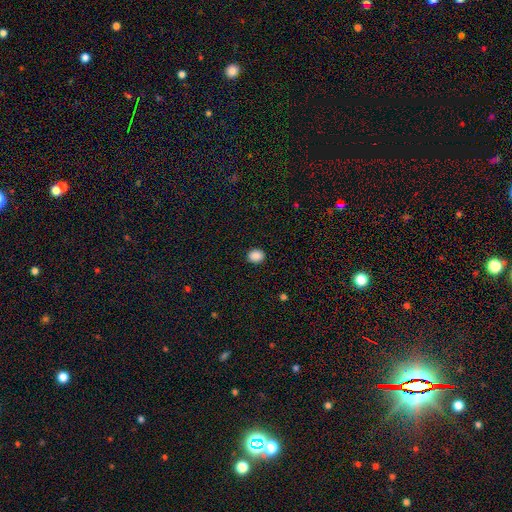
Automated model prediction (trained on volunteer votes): smooth_or_featured: smooth (p=0.88) [alt: star or artifact p=0.09]
how_rounded: round (p=0.57) [alt: in between p=0.42]
merging: none (p=0.91) [alt: minor disturbance p=0.06]